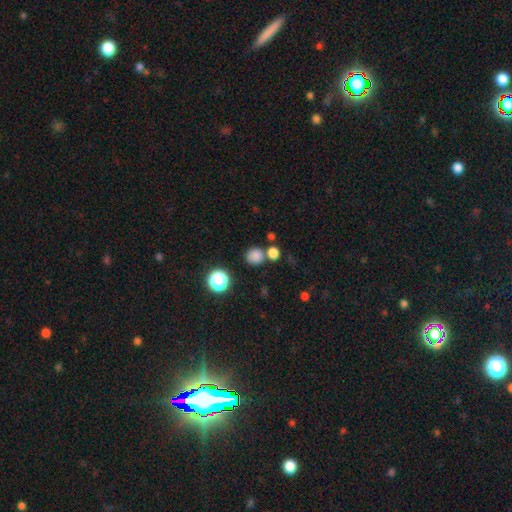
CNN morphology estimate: This appears to be a smooth galaxy with no disk features (79%) that is round (89%). Merging: none (71%).